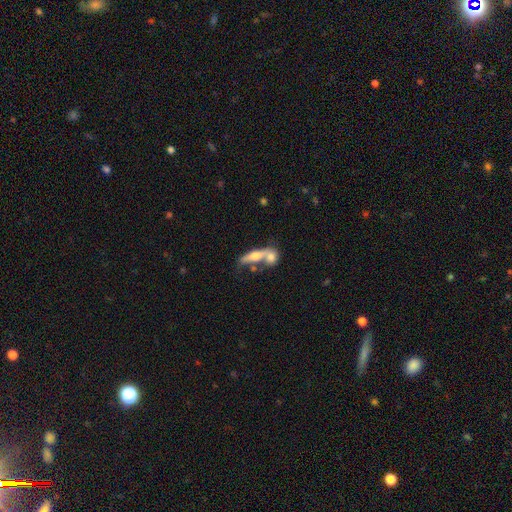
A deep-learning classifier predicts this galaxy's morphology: type=smooth (50%); roundness=cigar-shaped (54%); merging=merger (53%).